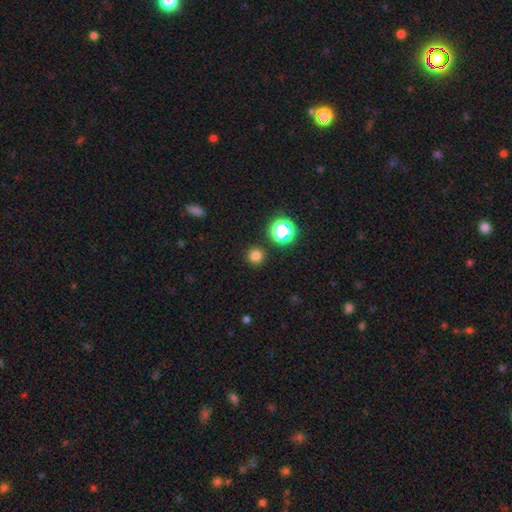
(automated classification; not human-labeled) This appears to be a smooth galaxy with no disk features (77%) that is round (95%). Merging: none (91%).